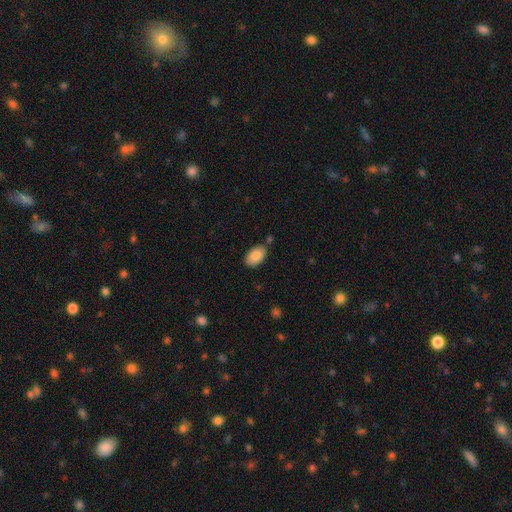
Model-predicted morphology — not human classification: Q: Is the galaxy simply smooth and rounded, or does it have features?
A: smooth — 87%.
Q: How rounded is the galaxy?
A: in between — 94%.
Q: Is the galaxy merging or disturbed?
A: none — 76%.